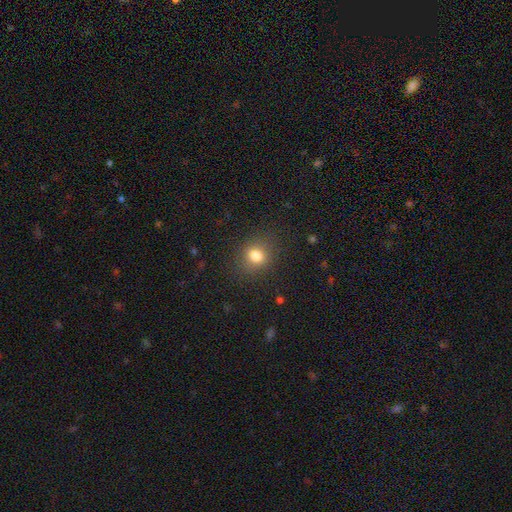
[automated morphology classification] This is likely a smooth galaxy (80%). How rounded: likely round (68%). Merging: clearly none (85%).